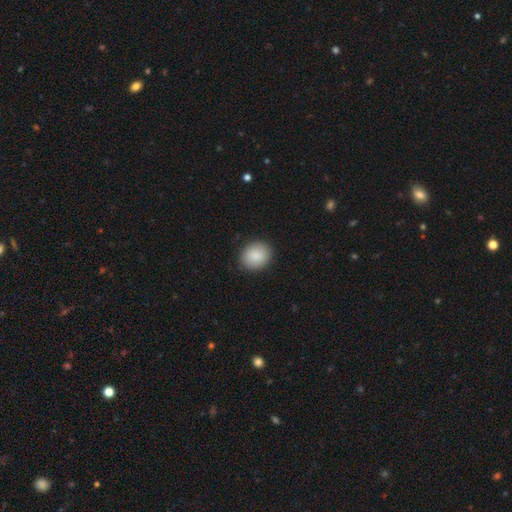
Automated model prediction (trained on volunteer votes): A smooth galaxy with no disk features (88%) that is round (65%).

Vote fractions:
- Smooth or featured? smooth: 88% / star or artifact: 7% / featured or disk: 5%
- How rounded? round: 65% / in between: 34% / cigar-shaped: 1%
- Merging? none: 89% / minor disturbance: 8% / major disturbance: 2% / merger: 1%